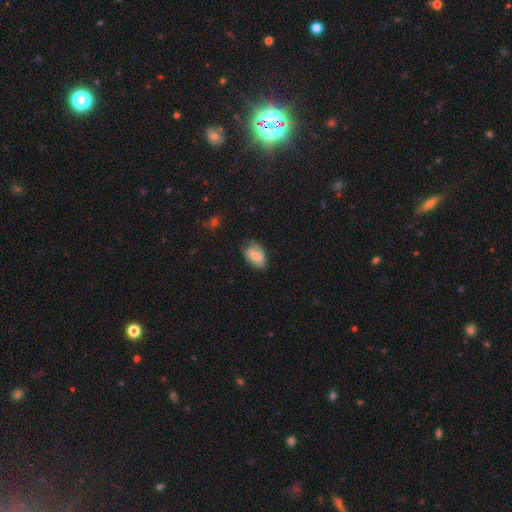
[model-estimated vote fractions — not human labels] Morphology: type=smooth (64%); roundness=in between (88%); merging=none (57%).